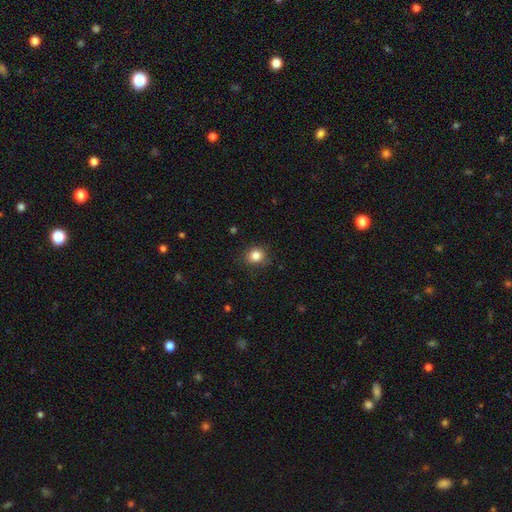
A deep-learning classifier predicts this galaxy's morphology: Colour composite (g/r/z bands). It shows a smooth galaxy with no disk features (83%) that is round (72%). Merging: none (85%).